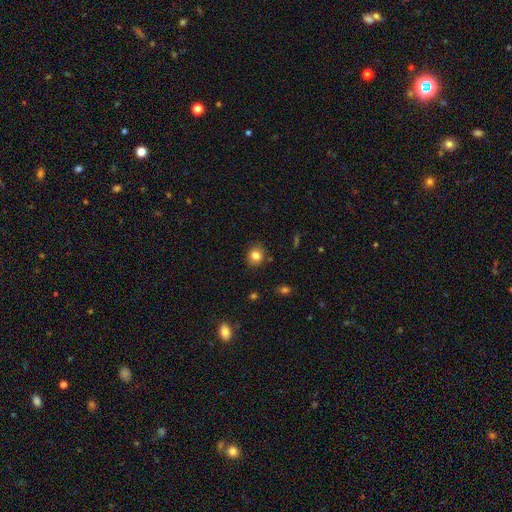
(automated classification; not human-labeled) smooth 82%, star or artifact 11%, featured or disk 6%. Down the decision tree: how rounded — round (77%); merging — none (85%).